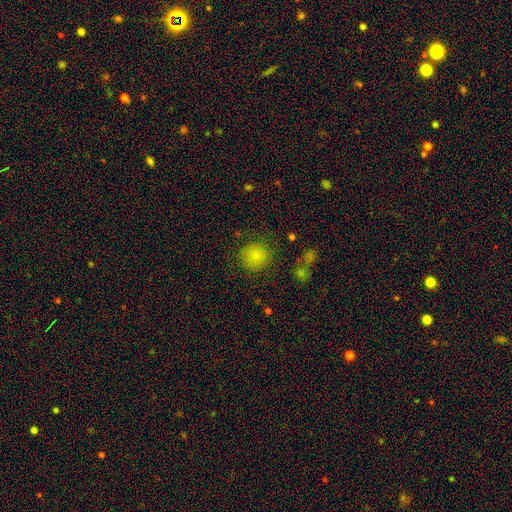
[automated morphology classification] Smooth or featured? Predicted: smooth (p=0.81). How rounded? Predicted: round (p=0.92). Merging? Predicted: none (p=0.83).